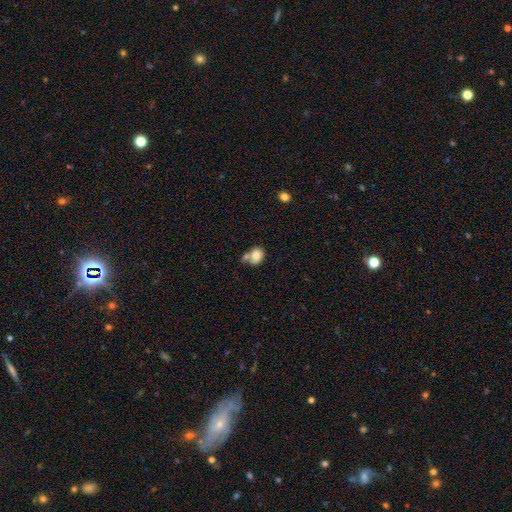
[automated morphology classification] A smooth galaxy with no disk features (81%) that is in between round and cigar-shaped (59%).

Vote fractions:
- Smooth or featured? smooth: 81% / featured or disk: 10% / star or artifact: 9%
- How rounded? in between: 59% / round: 40% / cigar-shaped: 1%
- Merging? merger: 42% / none: 35% / minor disturbance: 15% / major disturbance: 7%